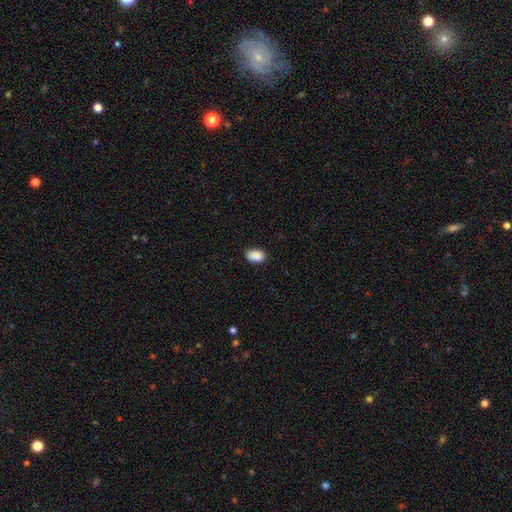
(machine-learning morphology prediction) This appears to be a smooth galaxy with no disk features (89%) that is in between round and cigar-shaped (90%). Merging: none (82%).